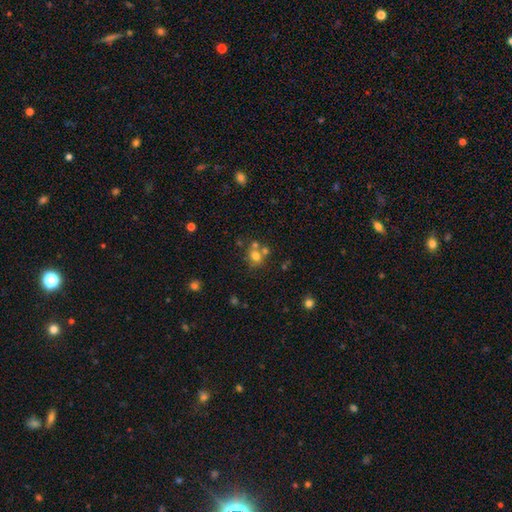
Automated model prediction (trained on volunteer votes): Smooth or featured: smooth — 67% (star or artifact — 17%)
How rounded: round — 68% (in between — 31%)
Merging: none — 49% (merger — 36%)